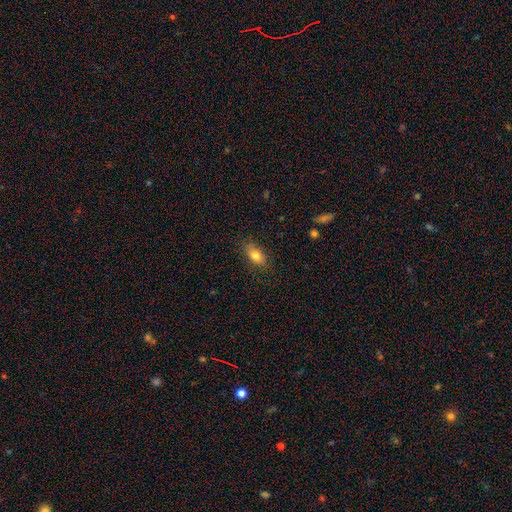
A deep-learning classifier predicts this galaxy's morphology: This appears to be a smooth galaxy with no disk features (78%) that is in between round and cigar-shaped (83%). Merging: none (83%).